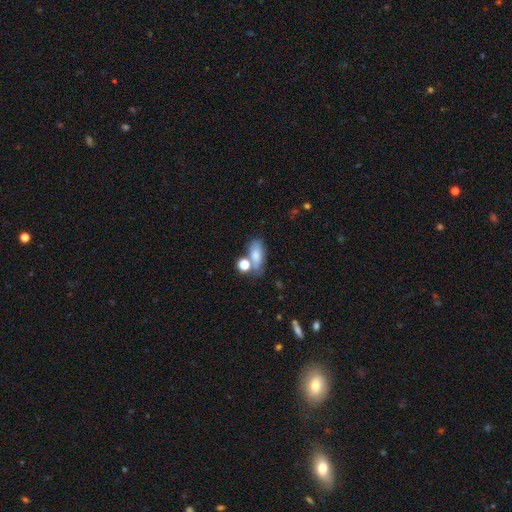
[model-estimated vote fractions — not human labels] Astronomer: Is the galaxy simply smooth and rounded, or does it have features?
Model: smooth — 74%.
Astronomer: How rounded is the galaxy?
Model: in between — 78%.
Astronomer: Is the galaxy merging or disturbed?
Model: none — 46% (runner-up: merger, 28%).